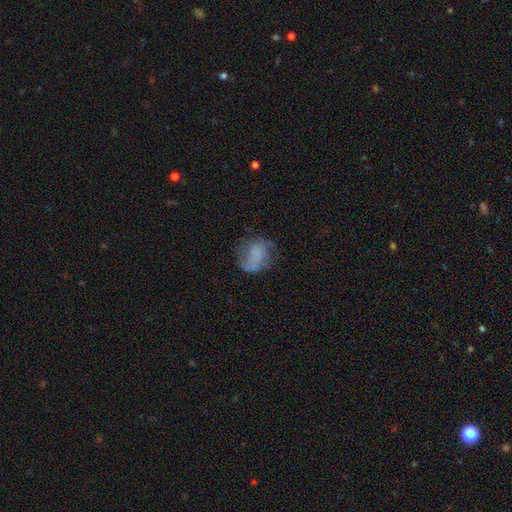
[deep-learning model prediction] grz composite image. It shows a featured or disk galaxy (45%). Merging: none (51%).